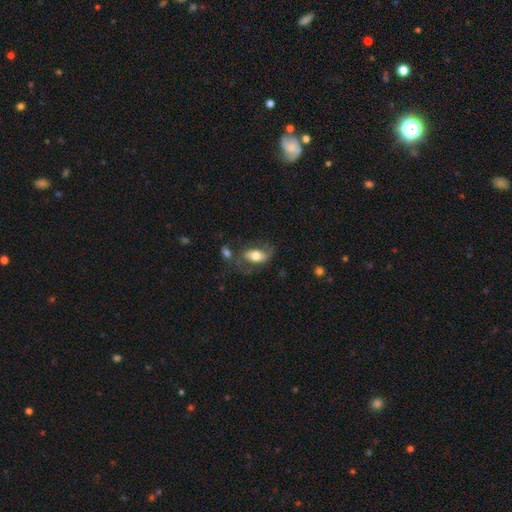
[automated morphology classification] smooth_or_featured: smooth (p=0.60) [alt: featured or disk p=0.33]
how_rounded: in between (p=0.88) [alt: round p=0.06]
merging: none (p=0.50) [alt: minor disturbance p=0.24]